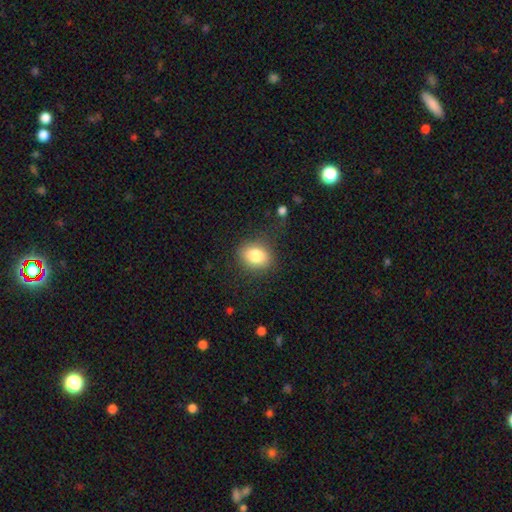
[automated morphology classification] Smooth or featured?
  - smooth: 82% *
  - star or artifact: 9%
  - featured or disk: 9%
How rounded?
  - round: 57% *
  - in between: 42%
  - cigar-shaped: 1%
Merging?
  - none: 80% *
  - minor disturbance: 13%
  - major disturbance: 5%
  - merger: 2%